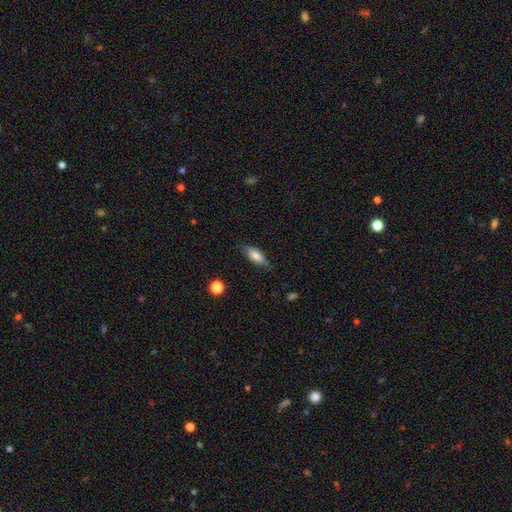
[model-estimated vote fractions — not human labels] A smooth galaxy with no disk features (74%) that is in between round and cigar-shaped (65%). Merging: none (78%).